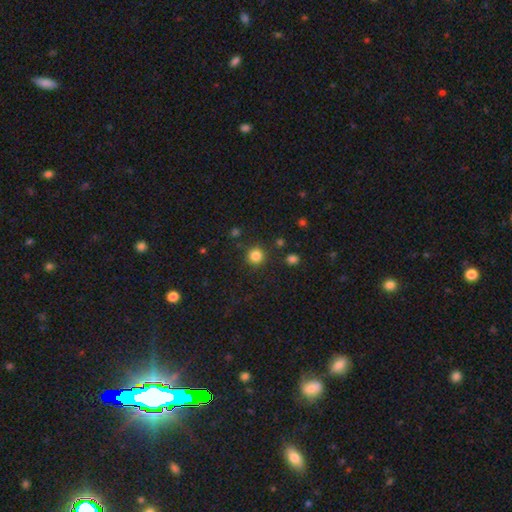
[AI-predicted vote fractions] The model was most divided on "smooth or featured": smooth: 84%, star or artifact: 12%, featured or disk: 4%. More confident: how rounded — round (94%); merging — none (87%).